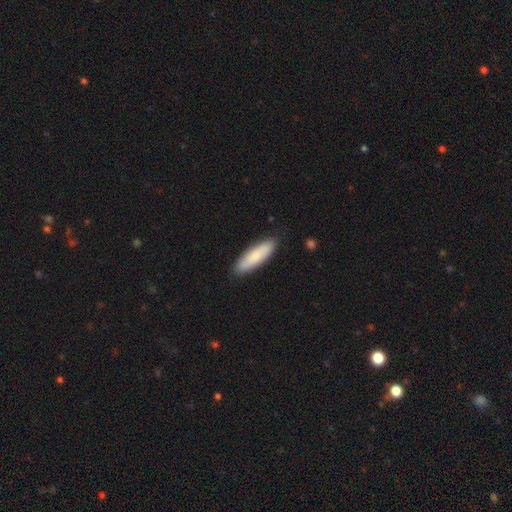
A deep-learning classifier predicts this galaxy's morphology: smooth-or-featured: smooth: 80% | featured or disk: 15% | star or artifact: 5%
  how-rounded: cigar-shaped: 59% | in between: 39% | round: 2%
  merging: none: 88% | minor disturbance: 9% | major disturbance: 2% | merger: 1%